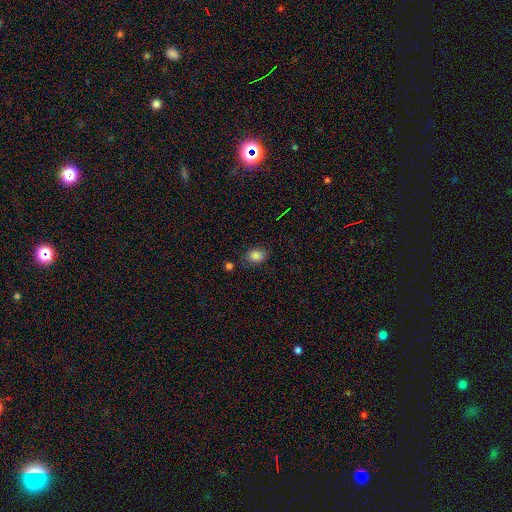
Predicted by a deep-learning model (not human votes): Smooth or featured: smooth — 83% (star or artifact — 11%)
How rounded: in between — 62% (round — 36%)
Merging: none — 76% (minor disturbance — 16%)